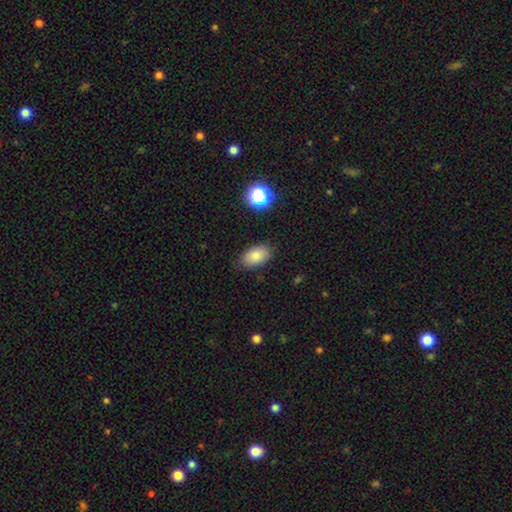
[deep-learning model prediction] smooth 80%, star or artifact 10%, featured or disk 9%. Down the decision tree: how rounded — in between (90%); merging — none (84%).